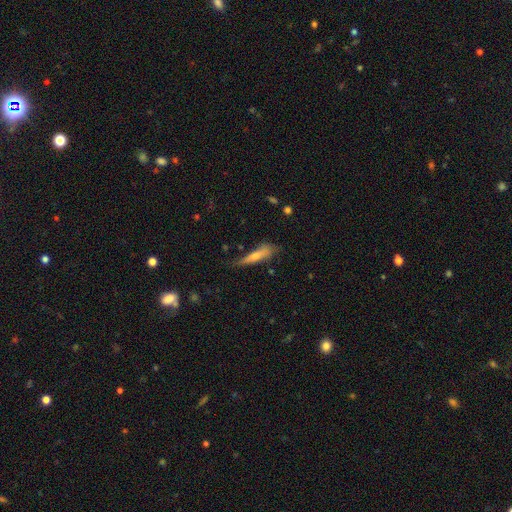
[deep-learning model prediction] Smooth or featured? smooth (56%)
How rounded? cigar-shaped (84%)
Merging? none (54%)